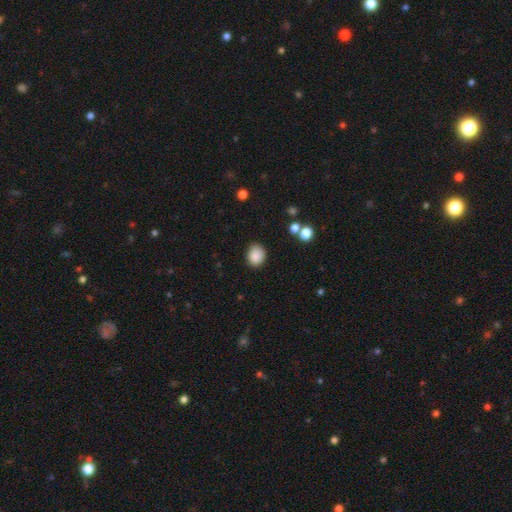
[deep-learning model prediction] smooth-or-featured: smooth: 87% | star or artifact: 9% | featured or disk: 4%
  how-rounded: round: 62% | in between: 37% | cigar-shaped: 1%
  merging: none: 80% | minor disturbance: 15% | major disturbance: 3% | merger: 2%